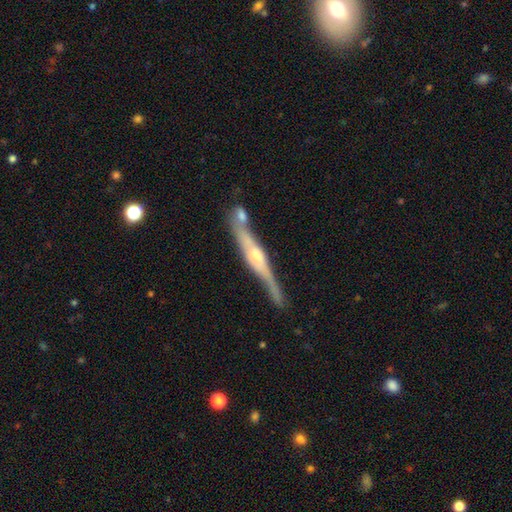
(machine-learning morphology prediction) The model was most divided on "edge-on bulge": rounded: 66%, boxy: 24%, none: 10%. More confident: edge-on disk — yes (94%); smooth or featured — featured or disk (80%); merging — none (65%).